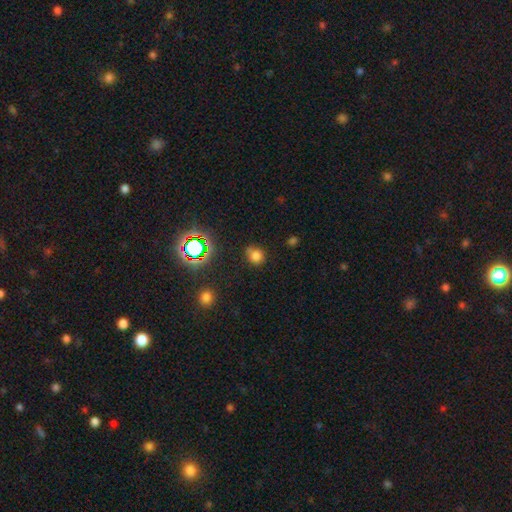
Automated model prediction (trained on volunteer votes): Smooth or featured? Predicted: smooth (p=0.73). How rounded? Predicted: round (p=0.74). Merging? Predicted: none (p=0.68).